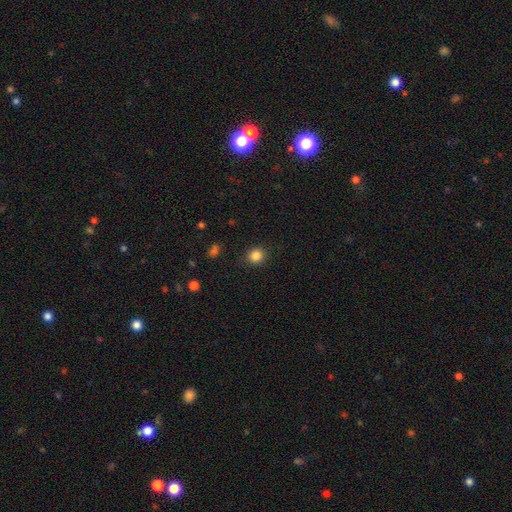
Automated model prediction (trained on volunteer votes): smooth-or-featured: smooth: 84% | star or artifact: 11% | featured or disk: 5%
  how-rounded: round: 85% | in between: 14% | cigar-shaped: 1%
  merging: none: 86% | minor disturbance: 10% | major disturbance: 3% | merger: 1%